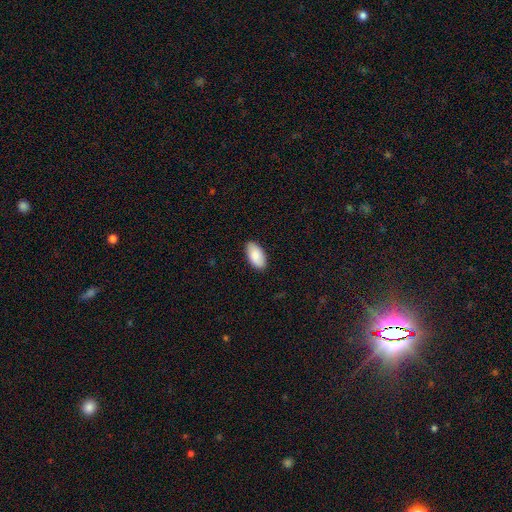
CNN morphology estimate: Q: Smooth or featured?
A: smooth (88%); runner-up: featured or disk (6%)
Q: How rounded?
A: in between (95%); runner-up: cigar-shaped (3%)
Q: Merging?
A: none (87%); runner-up: minor disturbance (10%)